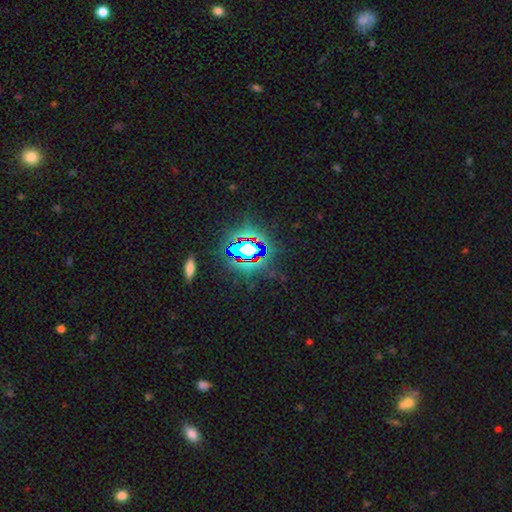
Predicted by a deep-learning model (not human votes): Smooth or featured?
  - star or artifact: 79% *
  - smooth: 11%
  - featured or disk: 9%